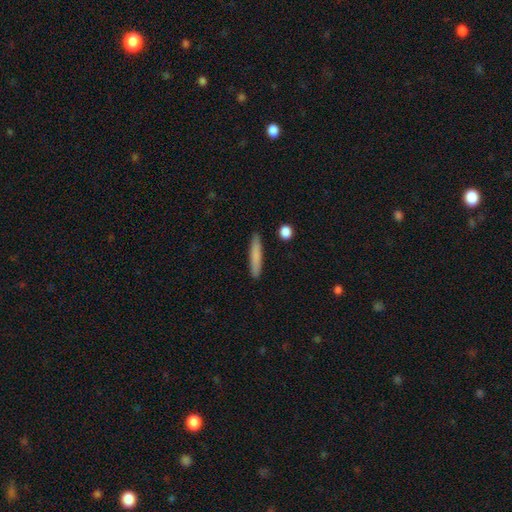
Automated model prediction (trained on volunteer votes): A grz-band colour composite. It shows a smooth galaxy with no disk features (78%) that is cigar-shaped (93%). Merging: none (90%).